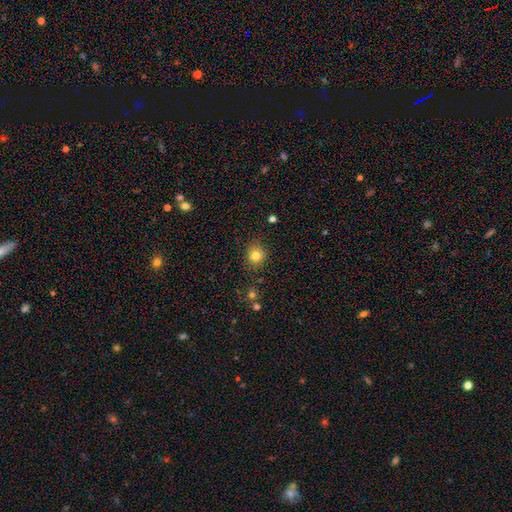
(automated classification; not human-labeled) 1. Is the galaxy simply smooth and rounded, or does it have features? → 82% smooth, 12% star or artifact, 6% featured or disk.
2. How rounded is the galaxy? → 87% round, 12% in between, 1% cigar-shaped.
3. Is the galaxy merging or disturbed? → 86% none, 9% minor disturbance, 3% major disturbance, 2% merger.